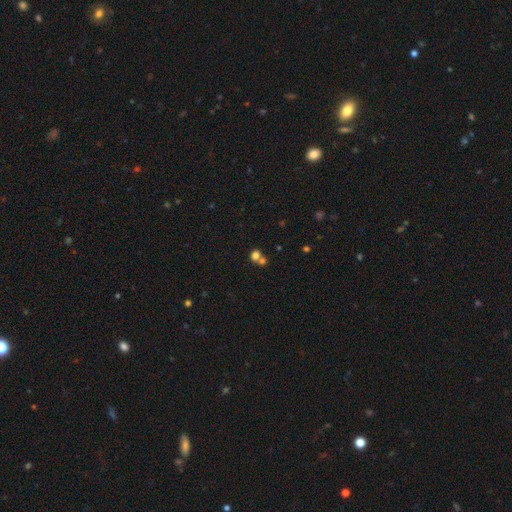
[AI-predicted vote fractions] Morphology: type=smooth (73%); roundness=round (76%); merging=merger (46%).